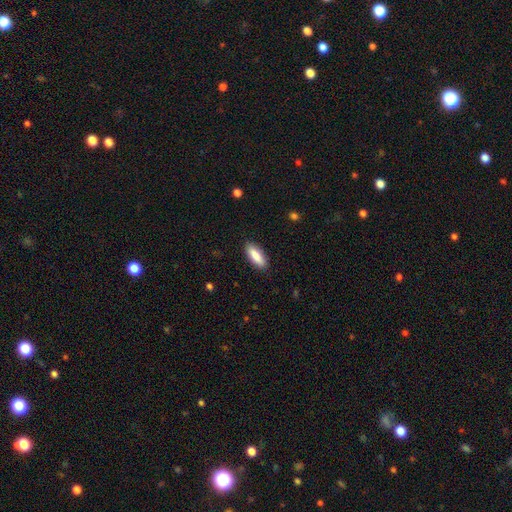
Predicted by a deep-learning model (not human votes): Morphology: type=smooth (85%); roundness=in between (65%); merging=none (89%).